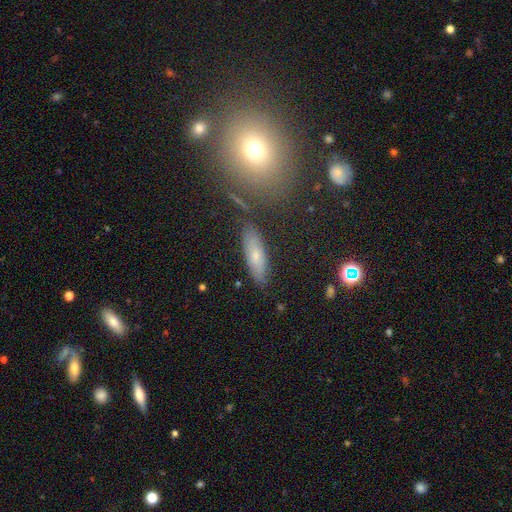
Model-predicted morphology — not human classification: Q: Smooth or featured?
A: smooth (65%); runner-up: featured or disk (24%)
Q: How rounded?
A: in between (49%); runner-up: cigar-shaped (48%)
Q: Merging?
A: none (82%); runner-up: minor disturbance (11%)